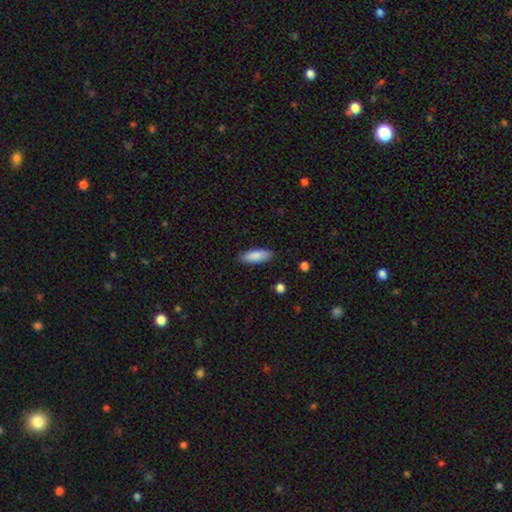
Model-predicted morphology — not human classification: Smooth or featured: smooth — 87% (featured or disk — 7%)
How rounded: in between — 58% (cigar-shaped — 41%)
Merging: none — 88% (minor disturbance — 9%)